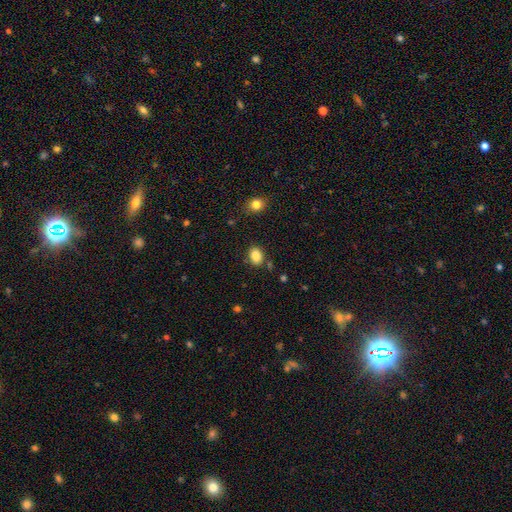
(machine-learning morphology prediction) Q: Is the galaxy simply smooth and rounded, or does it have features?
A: smooth — 86%.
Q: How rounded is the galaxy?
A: in between — 74%.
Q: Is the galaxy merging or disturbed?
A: none — 81%.